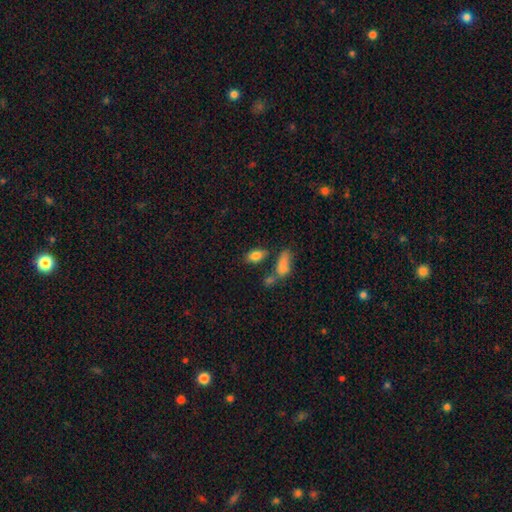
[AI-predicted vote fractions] Smooth or featured: smooth — 81% (star or artifact — 9%)
How rounded: in between — 88% (round — 6%)
Merging: none — 63% (merger — 18%)